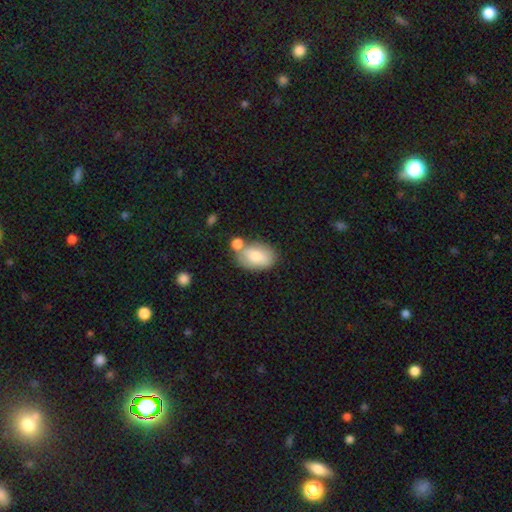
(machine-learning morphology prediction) type=smooth (73%); roundness=in between (87%); merging=none (51%).